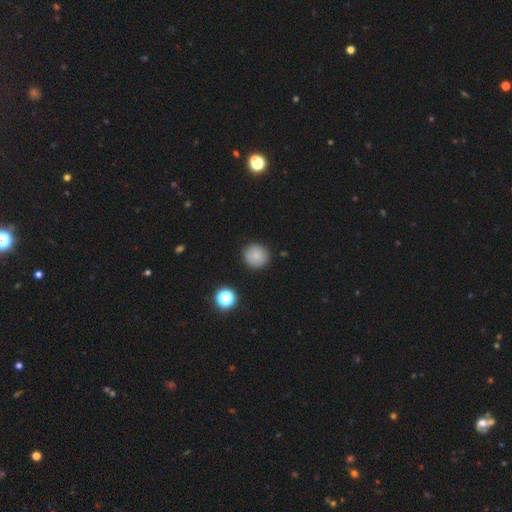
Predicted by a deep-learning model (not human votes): Morphology: type=smooth (81%); roundness=round (90%); merging=none (88%).